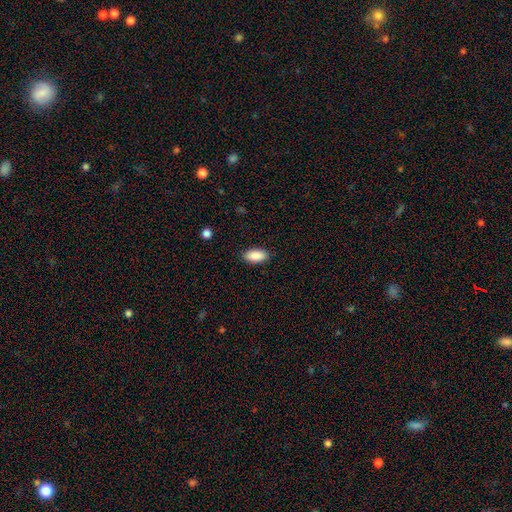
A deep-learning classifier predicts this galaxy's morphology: The model was most divided on "merging": none: 88%, minor disturbance: 9%, major disturbance: 2%, merger: 1%. More confident: how rounded — in between (93%); smooth or featured — smooth (90%).